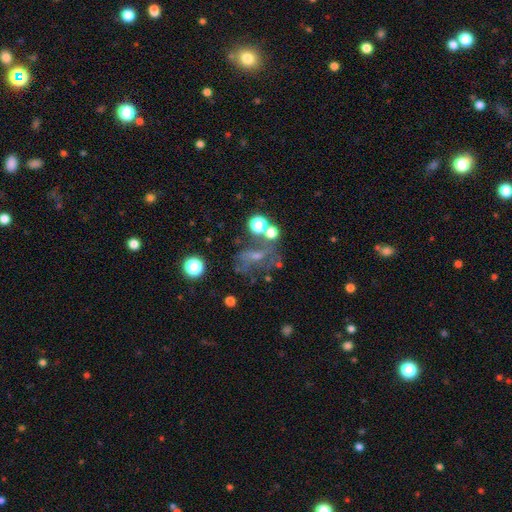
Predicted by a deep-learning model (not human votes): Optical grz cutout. It shows a featured or disk galaxy (46%). Merging: none (46%).